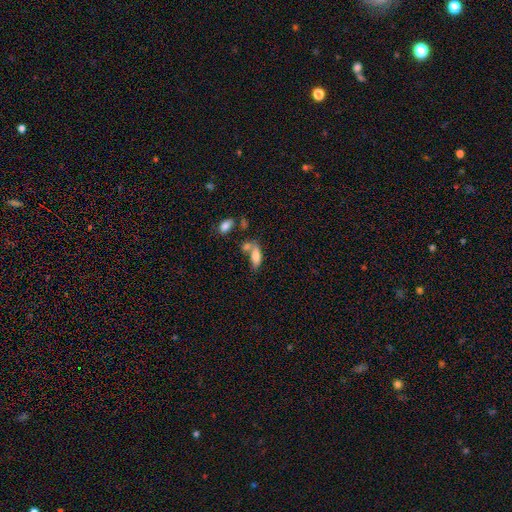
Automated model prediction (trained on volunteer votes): Smooth or featured? Predicted: smooth (p=0.79). How rounded? Predicted: in between (p=0.75). Merging? Predicted: none (p=0.38, tied with merger).